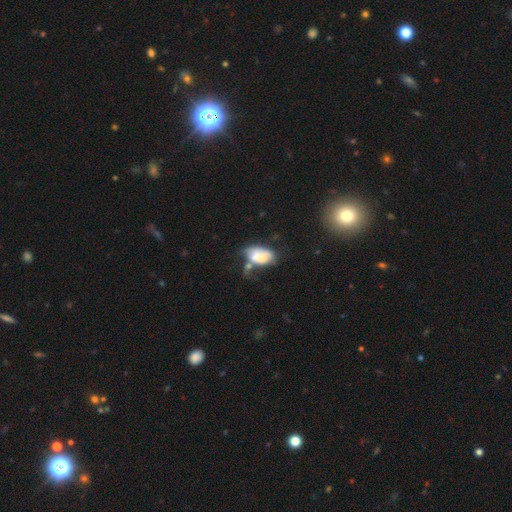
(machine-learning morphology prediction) Smooth or featured? smooth (62%)
How rounded? in between (91%)
Merging? merger (34%)